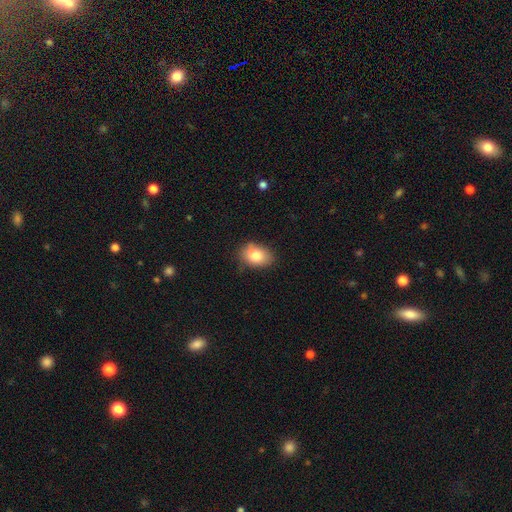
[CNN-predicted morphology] Smooth or featured?
  - smooth: 82% *
  - featured or disk: 10%
  - star or artifact: 8%
How rounded?
  - in between: 81% *
  - round: 18%
  - cigar-shaped: 1%
Merging?
  - none: 71% *
  - minor disturbance: 23%
  - major disturbance: 4%
  - merger: 2%